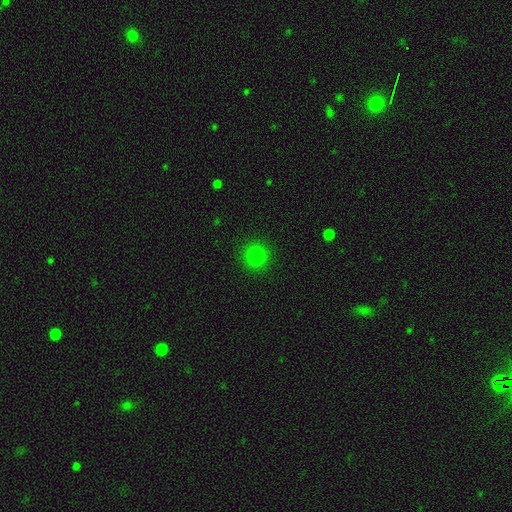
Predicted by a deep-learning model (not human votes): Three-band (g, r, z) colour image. It shows a smooth galaxy with no disk features (82%) that is round (93%). Merging: none (91%).